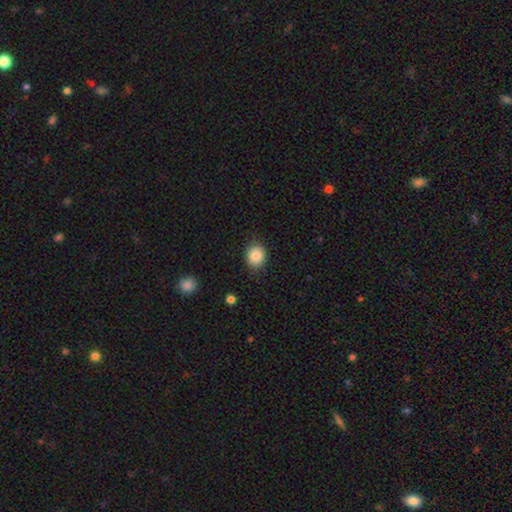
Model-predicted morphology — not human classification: This is clearly a smooth galaxy (85%). How rounded: likely round (67%). Merging: clearly none (84%).